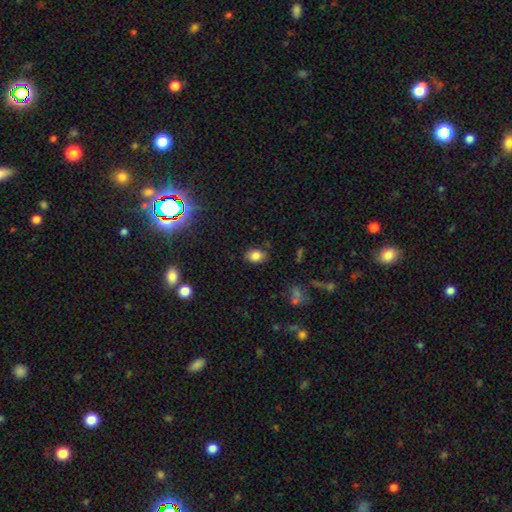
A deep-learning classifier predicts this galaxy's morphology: Smooth or featured?
  - smooth: 82% *
  - star or artifact: 11%
  - featured or disk: 7%
How rounded?
  - in between: 70% *
  - round: 29%
  - cigar-shaped: 1%
Merging?
  - none: 79% *
  - minor disturbance: 15%
  - major disturbance: 3%
  - merger: 2%